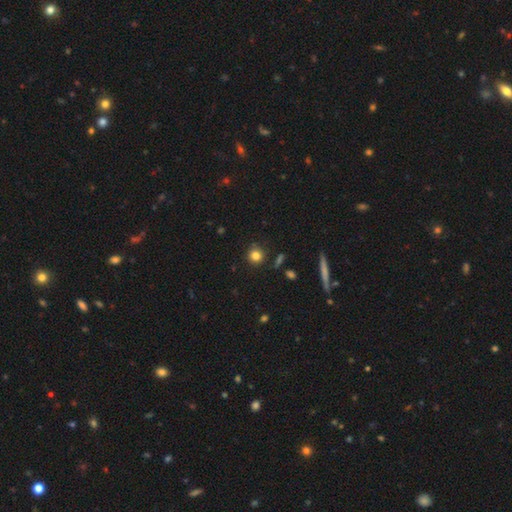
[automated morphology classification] Smooth or featured? Predicted: smooth (p=0.82). How rounded? Predicted: round (p=0.90). Merging? Predicted: none (p=0.85).